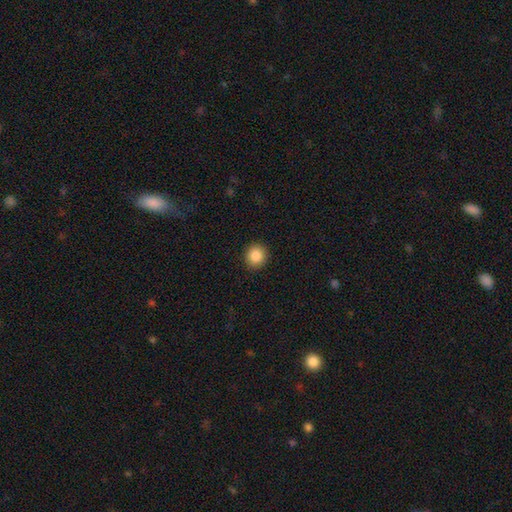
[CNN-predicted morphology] A smooth galaxy with no disk features (87%) that is round (88%). Merging: none (91%).